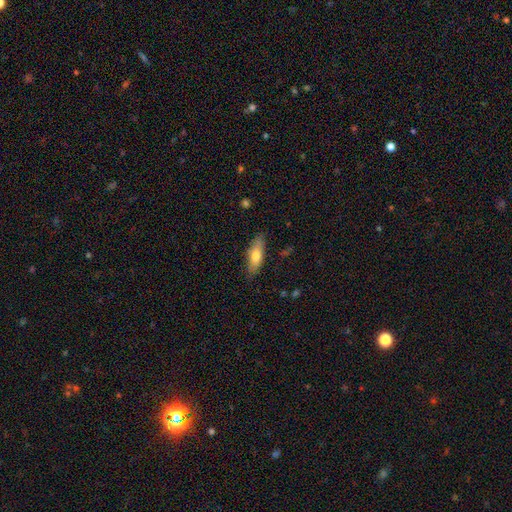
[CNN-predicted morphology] smooth_or_featured: smooth (p=0.68) [alt: featured or disk p=0.26]
how_rounded: in between (p=0.62) [alt: cigar-shaped p=0.36]
merging: none (p=0.83) [alt: minor disturbance p=0.13]